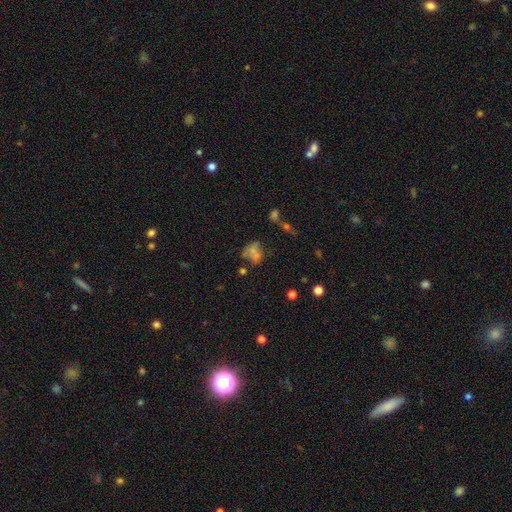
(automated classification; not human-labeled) Morphology: type=smooth (49%); merging=none (43%).